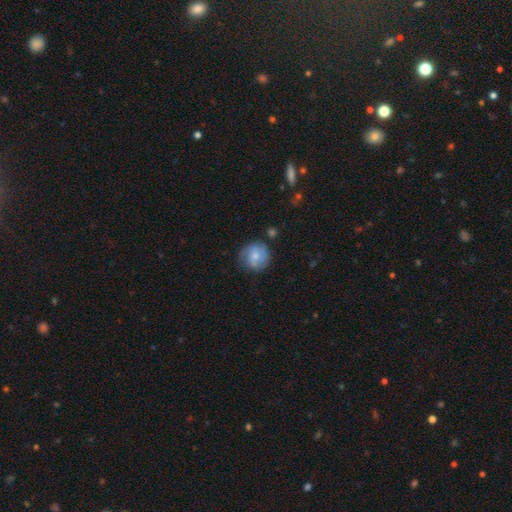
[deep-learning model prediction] A smooth galaxy with no disk features (57%) that is round (88%). Merging: none (67%).